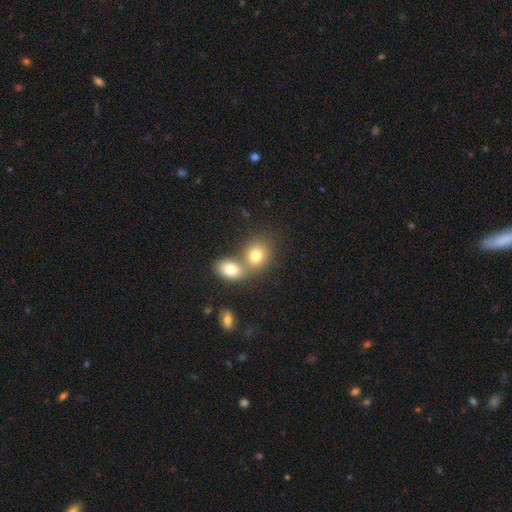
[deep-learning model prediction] Smooth or featured?
  - smooth: 78% *
  - featured or disk: 11%
  - star or artifact: 10%
How rounded?
  - round: 58% *
  - in between: 41%
  - cigar-shaped: 1%
Merging?
  - merger: 53% *
  - none: 37%
  - minor disturbance: 7%
  - major disturbance: 3%